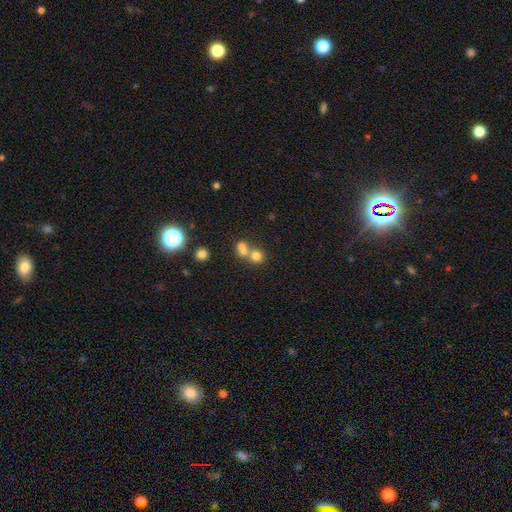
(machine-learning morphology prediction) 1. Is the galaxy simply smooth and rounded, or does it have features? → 68% smooth, 18% star or artifact, 13% featured or disk.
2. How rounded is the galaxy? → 85% round, 14% in between, 1% cigar-shaped.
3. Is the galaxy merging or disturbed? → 52% merger, 40% none, 5% minor disturbance, 3% major disturbance.